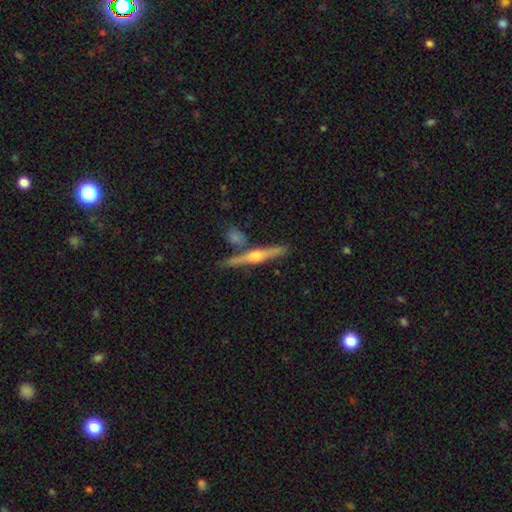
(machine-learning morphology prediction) A featured or disk galaxy (76%) viewed edge-on (98%) with a rounded central bulge (92%). Merging: none (78%).